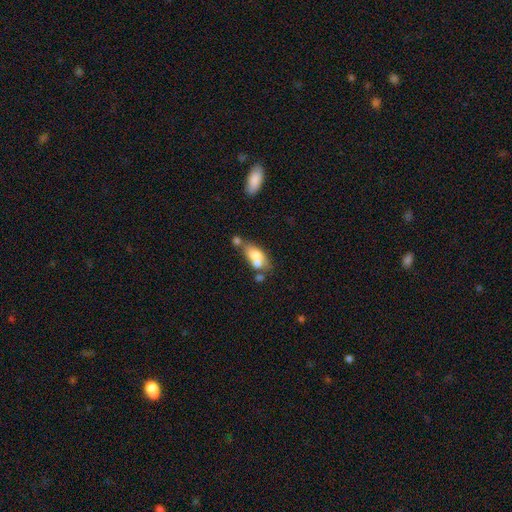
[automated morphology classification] This appears to be a smooth galaxy with no disk features (65%) that is in between round and cigar-shaped (80%). Merging: merger (44%).